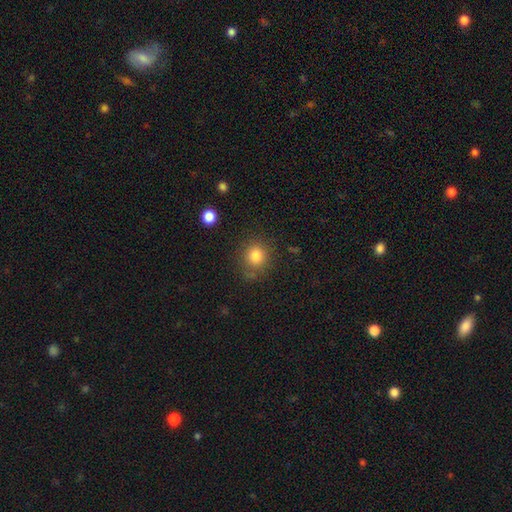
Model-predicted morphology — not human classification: Smooth or featured: smooth — 81% (star or artifact — 12%)
How rounded: round — 88% (in between — 11%)
Merging: none — 81% (minor disturbance — 11%)